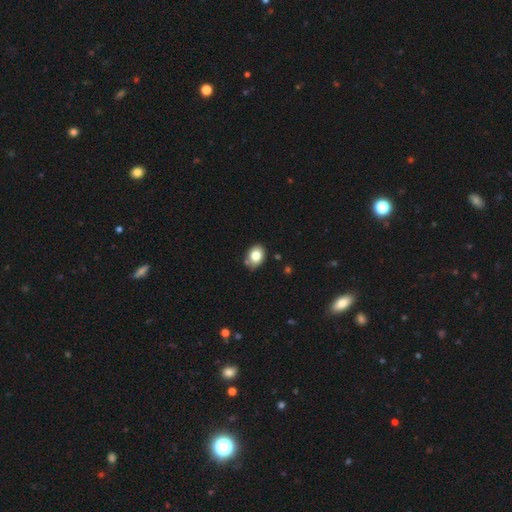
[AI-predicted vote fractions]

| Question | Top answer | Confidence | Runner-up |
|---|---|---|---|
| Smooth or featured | smooth | 80% | featured or disk (11%) |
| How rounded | in between | 66% | round (33%) |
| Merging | none | 76% | minor disturbance (17%) |